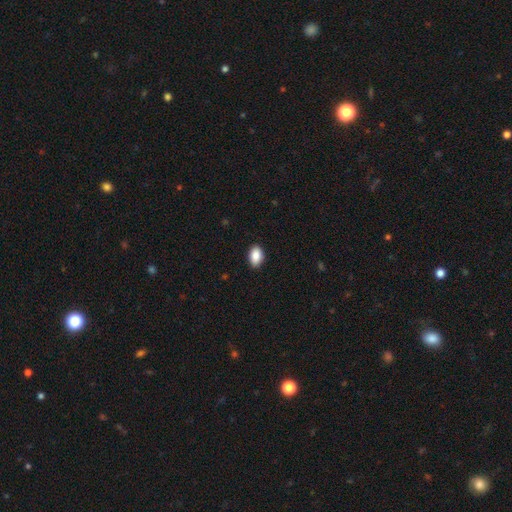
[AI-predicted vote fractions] smooth 88%, star or artifact 7%, featured or disk 5%. Down the decision tree: how rounded — in between (89%); merging — none (88%).